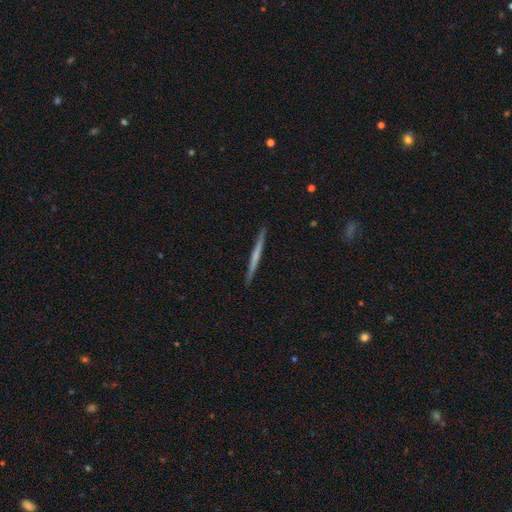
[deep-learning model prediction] Overall: featured or disk (51%; smooth 44%). Edge-on disk: yes (98%). Merging: none (92%).